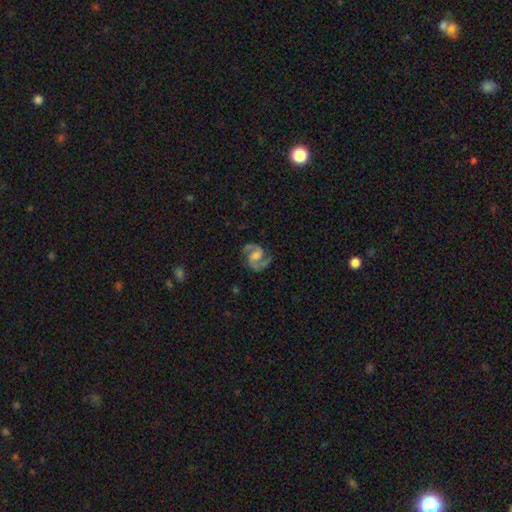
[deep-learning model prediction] smooth_or_featured: featured or disk (p=0.90) [alt: star or artifact p=0.05]
disk_edge_on: no (p=0.98) [alt: yes p=0.02]
bar: weak (p=0.46) [alt: no p=0.37]
has_spiral_arms: yes (p=0.98) [alt: no p=0.02]
spiral_winding: medium (p=0.63) [alt: tight p=0.21]
spiral_arm_count: 2 (p=0.93) [alt: can't tell p=0.02]
bulge_size: moderate (p=0.51) [alt: small p=0.32]
merging: none (p=0.79) [alt: minor disturbance p=0.14]